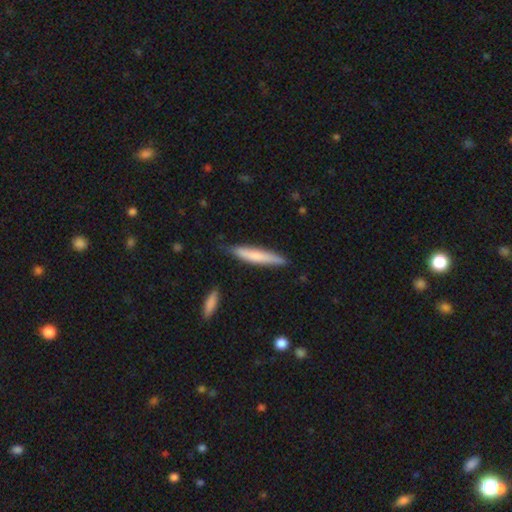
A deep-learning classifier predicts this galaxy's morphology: Smooth or featured?
  - smooth: 70% *
  - featured or disk: 24%
  - star or artifact: 5%
How rounded?
  - cigar-shaped: 91% *
  - in between: 7%
  - round: 1%
Merging?
  - none: 77% *
  - minor disturbance: 18%
  - major disturbance: 3%
  - merger: 2%